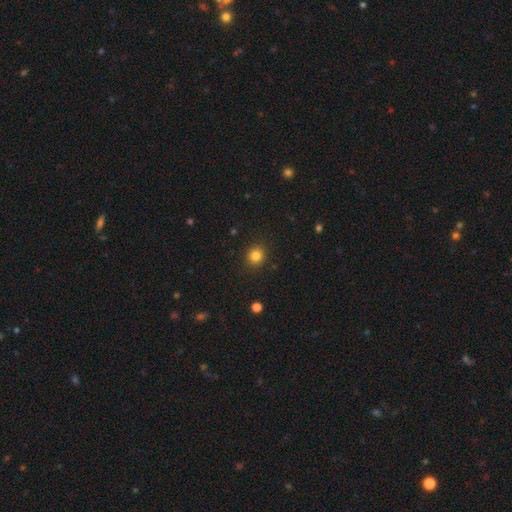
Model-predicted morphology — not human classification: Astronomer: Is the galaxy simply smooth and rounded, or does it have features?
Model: smooth — 83%.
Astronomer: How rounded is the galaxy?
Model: round — 88%.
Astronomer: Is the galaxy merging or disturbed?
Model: none — 90%.